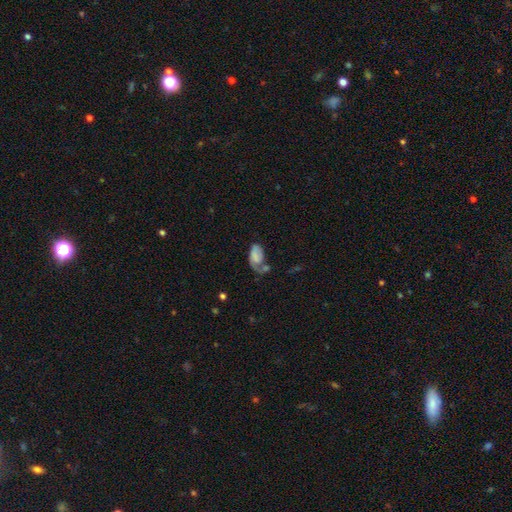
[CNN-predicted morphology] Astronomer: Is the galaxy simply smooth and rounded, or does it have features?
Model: smooth — 60%.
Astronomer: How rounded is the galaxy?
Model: in between — 92%.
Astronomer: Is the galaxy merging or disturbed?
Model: none — 30% (runner-up: major disturbance, 28%).